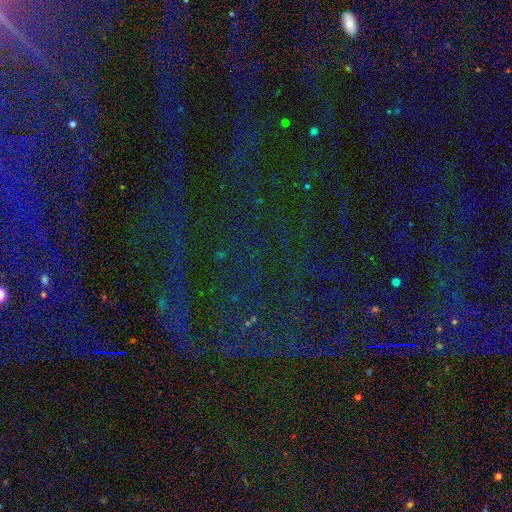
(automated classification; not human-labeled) smooth-or-featured: star or artifact: 81% | smooth: 10% | featured or disk: 9%